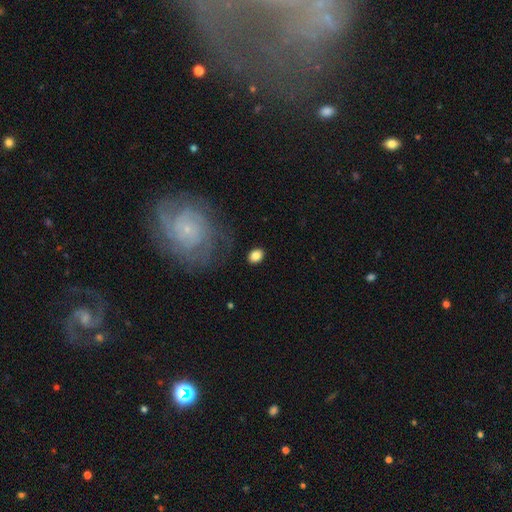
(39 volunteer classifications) A smooth galaxy with no disk features (82%) that is round (50%, tied with in between). Merging: none (86%).